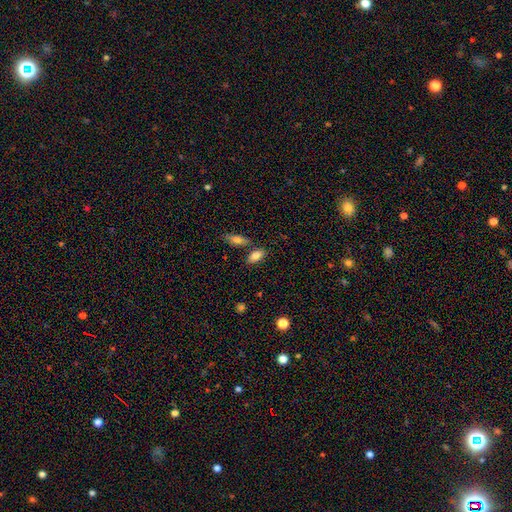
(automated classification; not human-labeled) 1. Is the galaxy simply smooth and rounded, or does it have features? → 82% smooth, 11% featured or disk, 7% star or artifact.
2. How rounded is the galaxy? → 88% in between, 8% cigar-shaped, 4% round.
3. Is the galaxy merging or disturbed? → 71% none, 15% merger, 11% minor disturbance, 3% major disturbance.